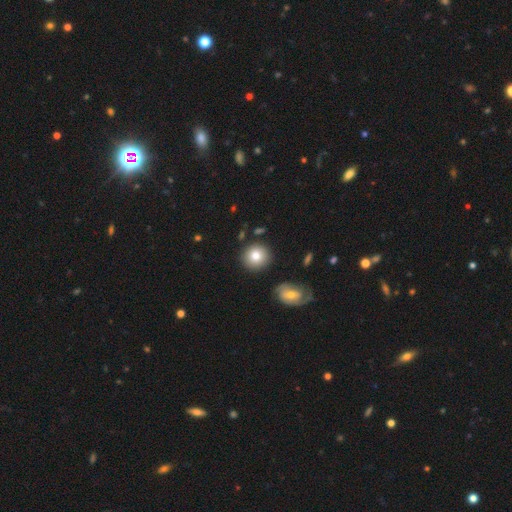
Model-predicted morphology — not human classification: Smooth or featured? smooth (79%)
How rounded? round (91%)
Merging? none (85%)